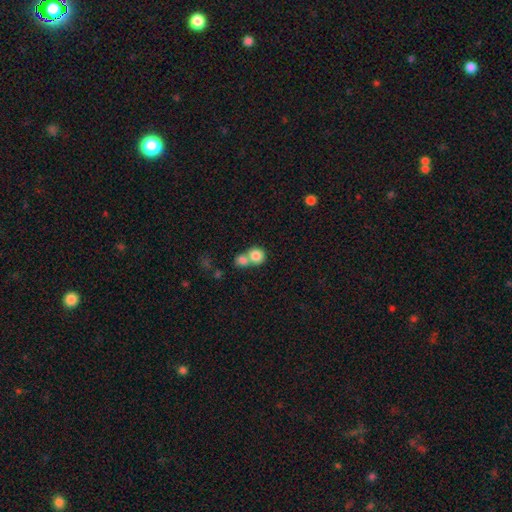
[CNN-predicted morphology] A smooth galaxy with no disk features (82%) that is round (86%). Merging: merger (56%).